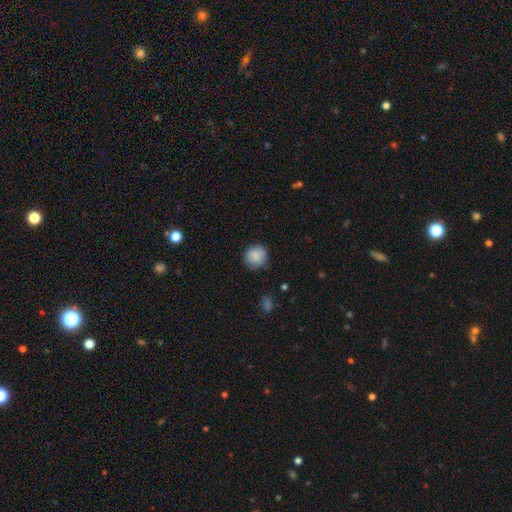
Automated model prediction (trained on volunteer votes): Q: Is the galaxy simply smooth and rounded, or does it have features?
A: smooth — 86%.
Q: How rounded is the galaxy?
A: round — 90%.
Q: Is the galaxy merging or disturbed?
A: none — 80%.